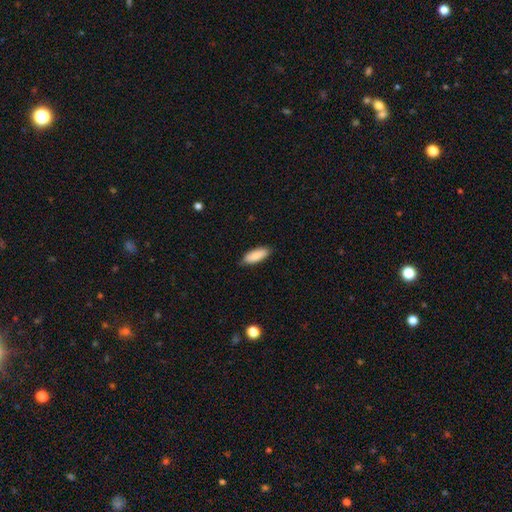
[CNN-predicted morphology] This appears to be a smooth galaxy with no disk features (88%) that is in between round and cigar-shaped (75%). Merging: none (84%).